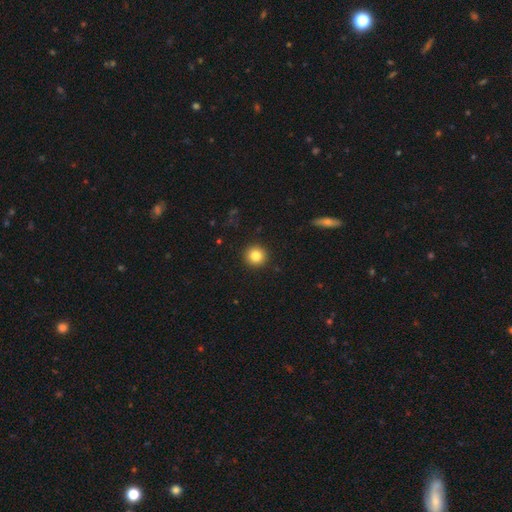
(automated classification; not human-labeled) smooth-or-featured: smooth: 83% | star or artifact: 10% | featured or disk: 6%
  how-rounded: round: 95% | in between: 4% | cigar-shaped: 1%
  merging: none: 93% | minor disturbance: 5% | major disturbance: 2% | merger: 1%